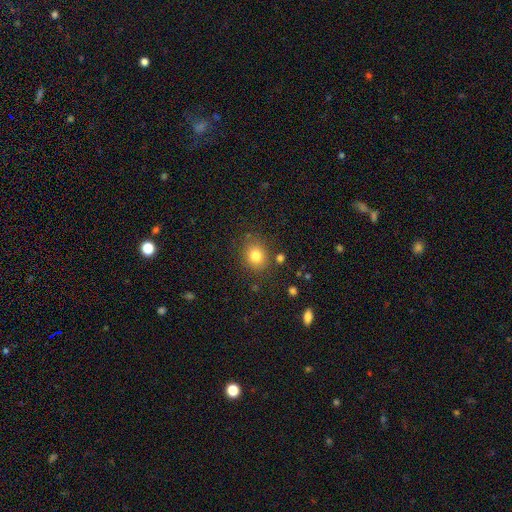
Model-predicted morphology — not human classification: type=smooth (80%); roundness=round (71%); merging=none (81%).